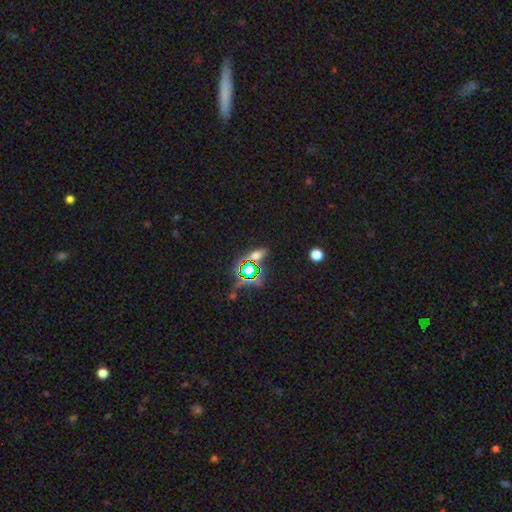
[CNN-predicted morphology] Smooth or featured: star or artifact — 47% (smooth — 39%)